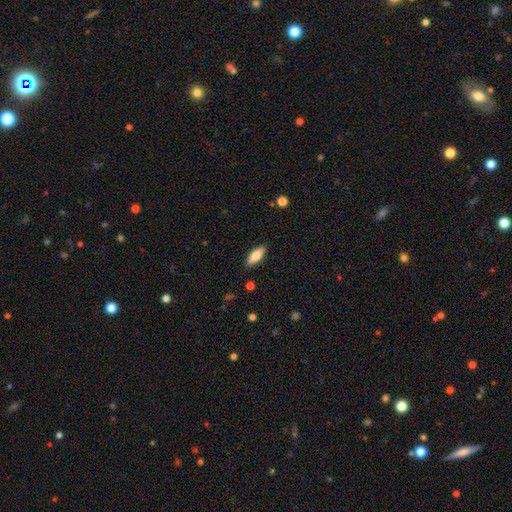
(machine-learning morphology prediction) Smooth or featured? smooth (70%)
How rounded? in between (66%)
Merging? none (88%)